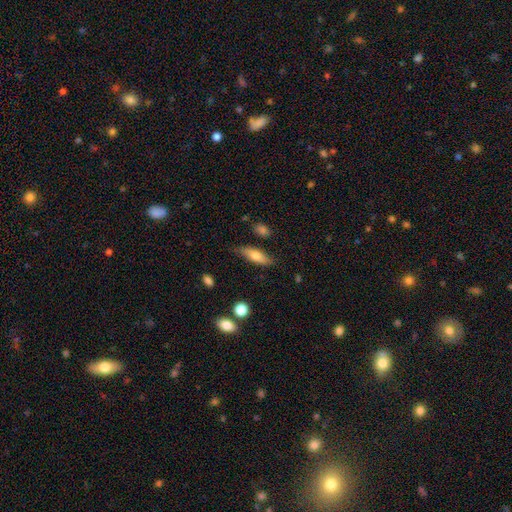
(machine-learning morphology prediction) A smooth galaxy with no disk features (69%) that is in between round and cigar-shaped (49%).

Vote fractions:
- Smooth or featured? smooth: 69% / featured or disk: 25% / star or artifact: 7%
- How rounded? in between: 49% / cigar-shaped: 48% / round: 3%
- Merging? none: 76% / minor disturbance: 17% / major disturbance: 4% / merger: 3%